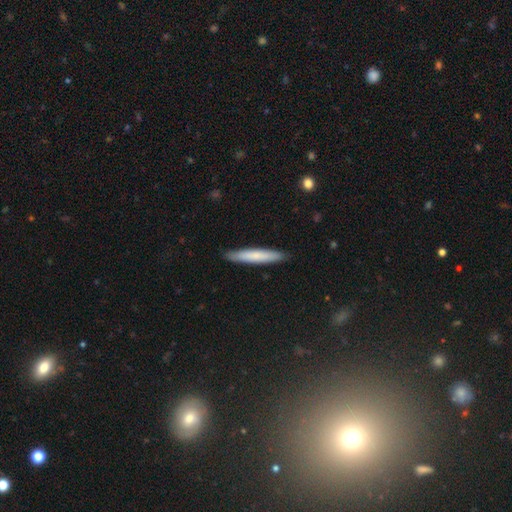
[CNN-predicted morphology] Smooth or featured? smooth (72%)
How rounded? cigar-shaped (94%)
Merging? none (90%)